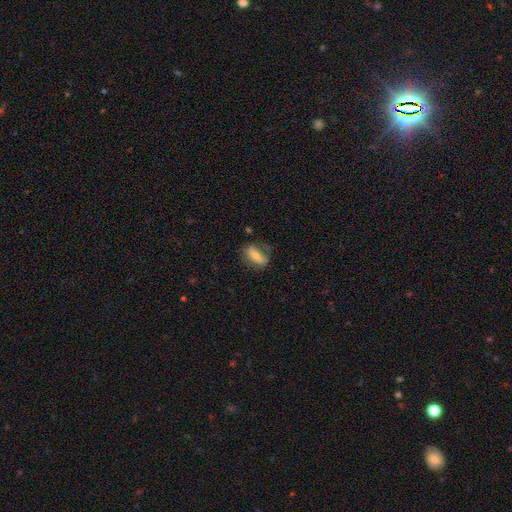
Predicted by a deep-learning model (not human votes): A smooth galaxy with no disk features (56%) that is in between round and cigar-shaped (70%). Merging: none (62%).